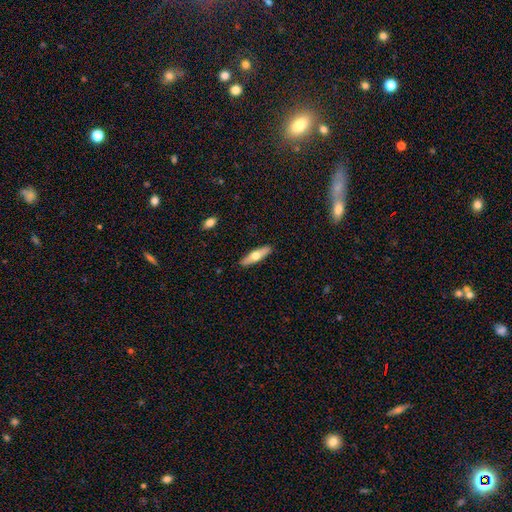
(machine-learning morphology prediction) smooth_or_featured: smooth (p=0.52) [alt: featured or disk p=0.43]
how_rounded: cigar-shaped (p=0.65) [alt: in between p=0.32]
merging: none (p=0.90) [alt: minor disturbance p=0.07]